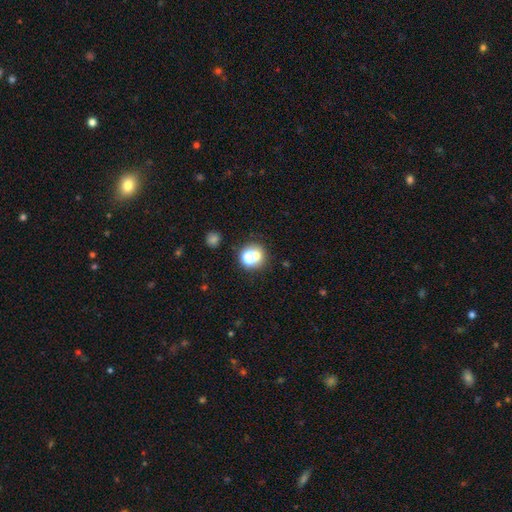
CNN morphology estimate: Smooth or featured? Predicted: smooth (p=0.67). How rounded? Predicted: round (p=0.83). Merging? Predicted: none (p=0.53).